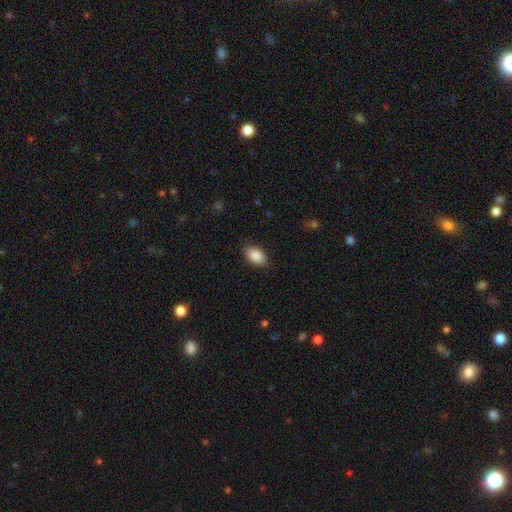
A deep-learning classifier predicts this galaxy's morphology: type=smooth (89%); roundness=in between (91%); merging=none (87%).